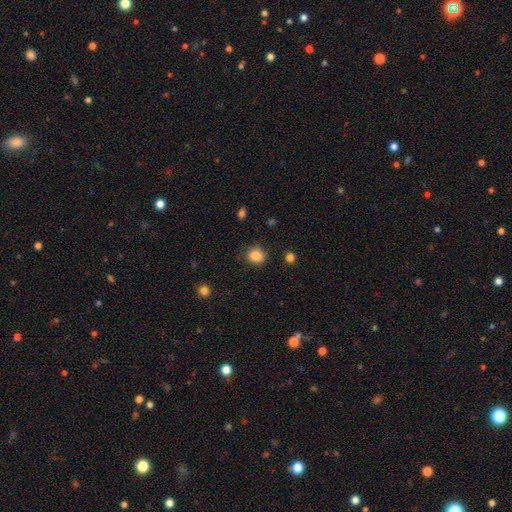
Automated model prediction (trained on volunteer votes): Smooth or featured: smooth — 86% (star or artifact — 10%)
How rounded: round — 72% (in between — 27%)
Merging: none — 86% (minor disturbance — 10%)